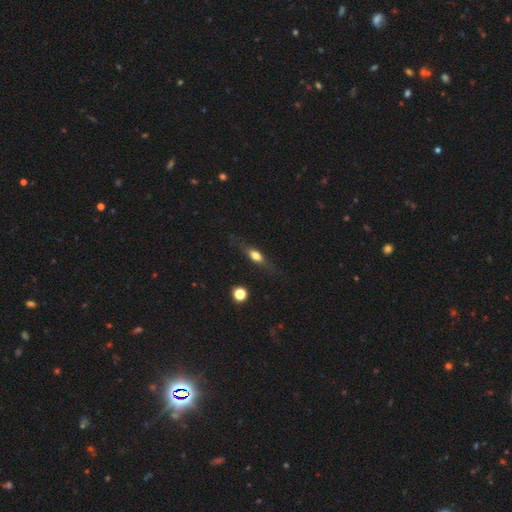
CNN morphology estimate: type=smooth (57%); roundness=in between (48%); merging=none (73%).